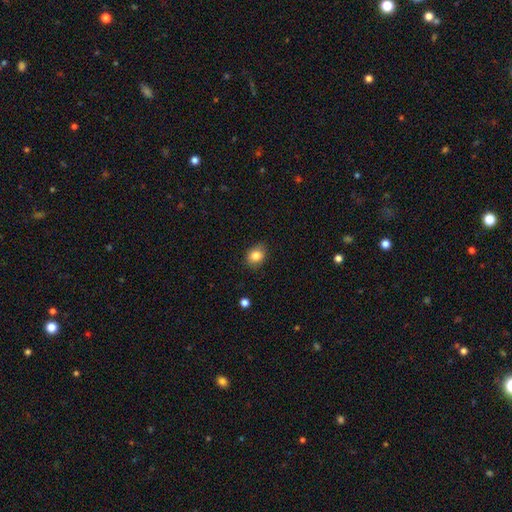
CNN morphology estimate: smooth 84%, star or artifact 10%, featured or disk 7%. Down the decision tree: how rounded — round (50%); merging — none (84%).